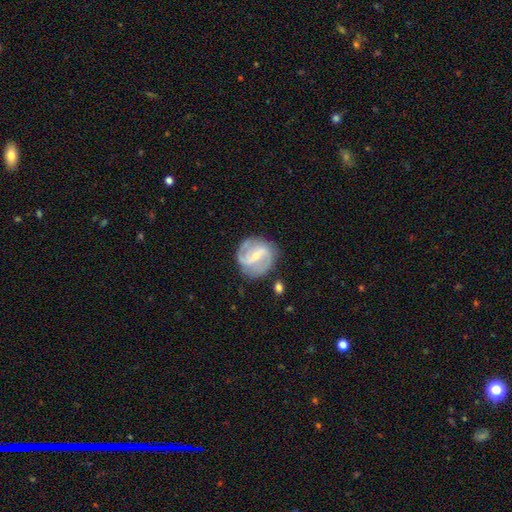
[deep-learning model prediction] This is clearly a featured or disk galaxy (83%). It is clearly not viewed edge-on (97%). Bar: marginally strong (44%). Spiral arm pattern: clearly yes (93%). Spiral arm count: likely 2 (76%). Spiral winding: possibly medium (47%). Central bulge: likely small (62%). Merging: likely none (76%).